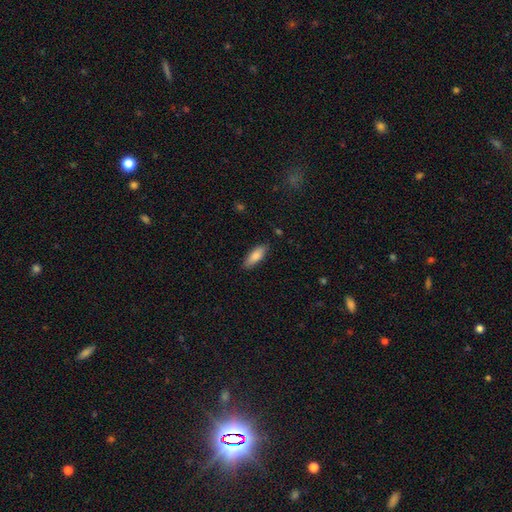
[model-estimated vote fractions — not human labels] Smooth or featured? Predicted: smooth (p=0.83). How rounded? Predicted: in between (p=0.69). Merging? Predicted: none (p=0.85).